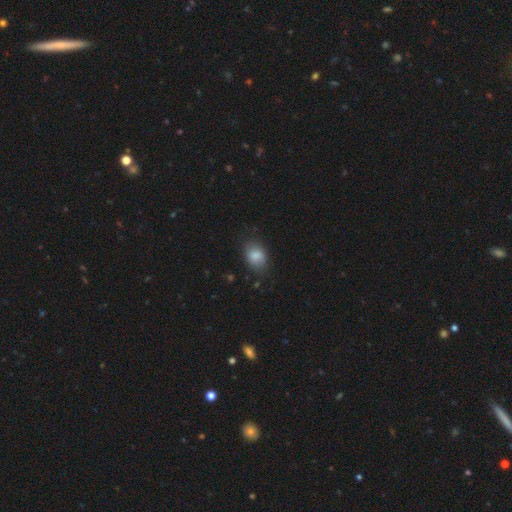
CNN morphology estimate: smooth-or-featured: smooth: 84% | star or artifact: 8% | featured or disk: 8%
  how-rounded: in between: 73% | round: 25% | cigar-shaped: 1%
  merging: none: 72% | minor disturbance: 21% | major disturbance: 5% | merger: 2%